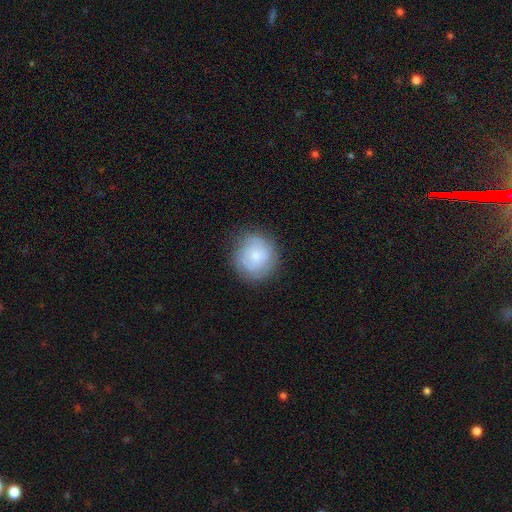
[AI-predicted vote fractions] Smooth or featured? smooth (63%)
How rounded? round (89%)
Merging? none (79%)